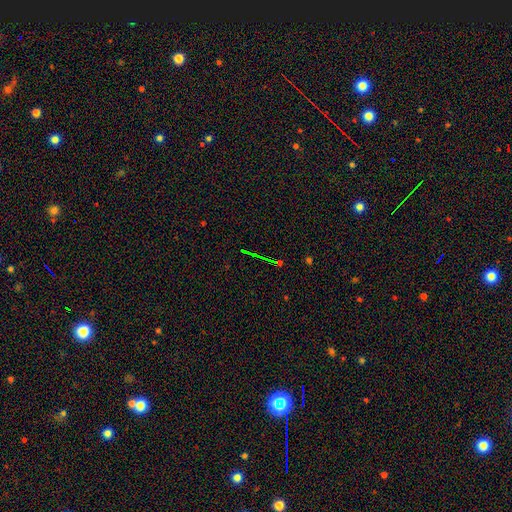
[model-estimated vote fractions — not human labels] A star or artifact, not a galaxy (73%).

Vote fractions:
- Smooth or featured? star or artifact: 73% / featured or disk: 15% / smooth: 11%